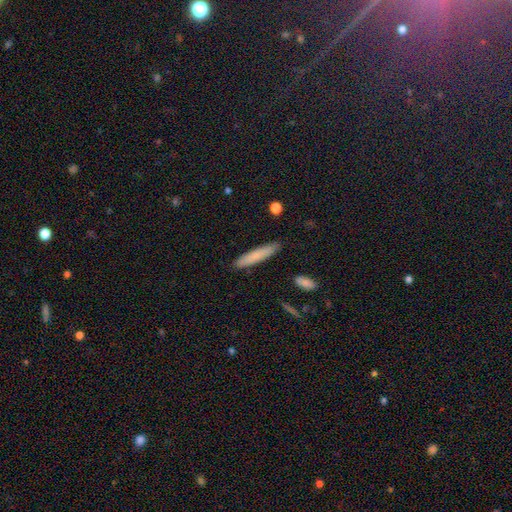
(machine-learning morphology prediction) Smooth or featured: smooth — 77% (featured or disk — 16%)
How rounded: cigar-shaped — 90% (in between — 9%)
Merging: none — 88% (minor disturbance — 9%)